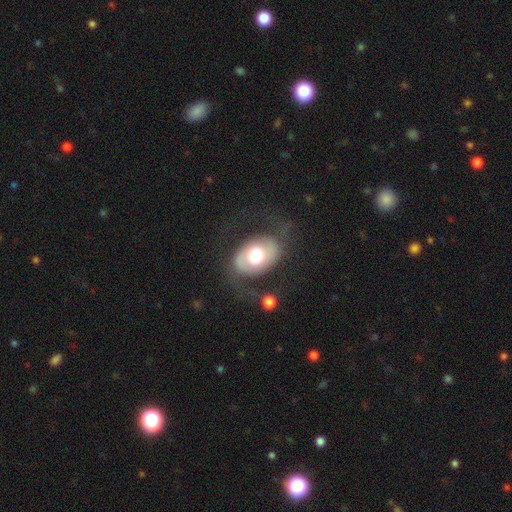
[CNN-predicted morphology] This appears to be a featured or disk galaxy (50%). Merging: none (62%).